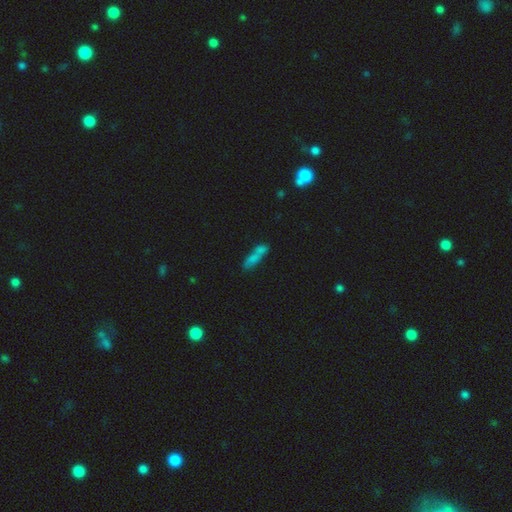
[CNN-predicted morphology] The model was most divided on "merging": none: 45%, merger: 34%, minor disturbance: 15%, major disturbance: 7%. More confident: smooth or featured — smooth (66%); how rounded — cigar-shaped (59%).